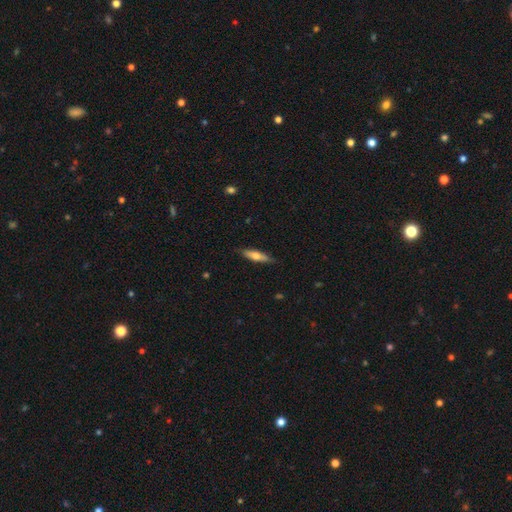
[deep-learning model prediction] A smooth galaxy with no disk features (58%) that is cigar-shaped (70%). Merging: none (85%).